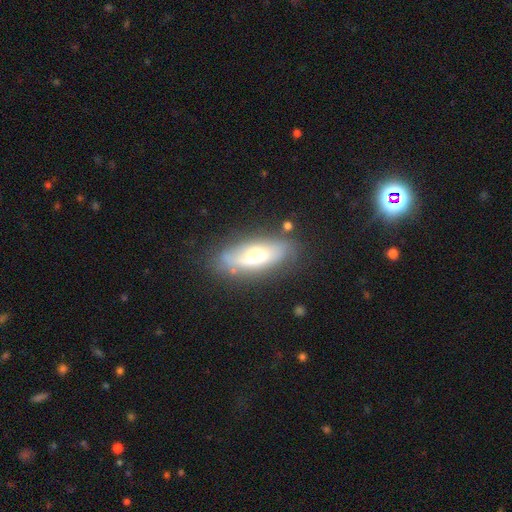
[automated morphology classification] smooth_or_featured: featured or disk (p=0.47) [alt: smooth p=0.45]
merging: none (p=0.65) [alt: minor disturbance p=0.21]